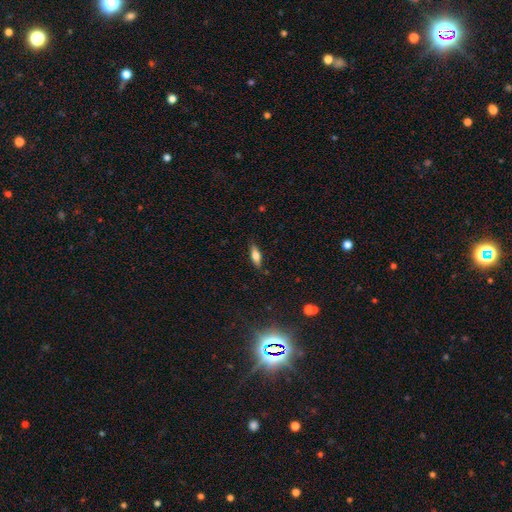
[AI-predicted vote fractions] Morphology: type=smooth (63%); roundness=in between (58%); merging=none (85%).